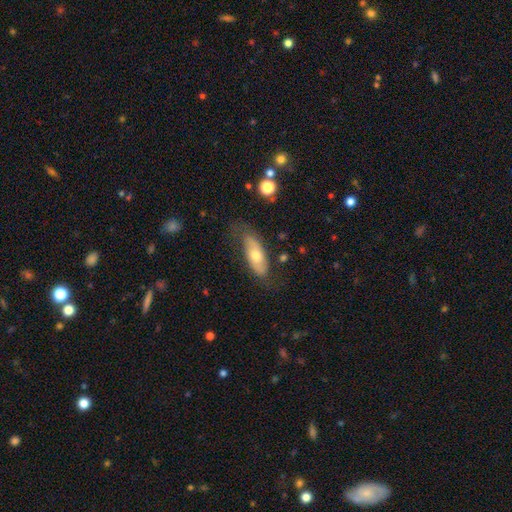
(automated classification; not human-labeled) Smooth or featured? Predicted: smooth (p=0.52). How rounded? Predicted: in between (p=0.77). Merging? Predicted: none (p=0.61).